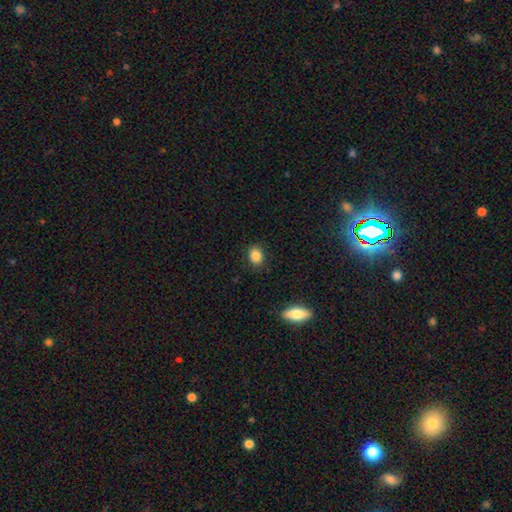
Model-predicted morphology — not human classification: smooth_or_featured: smooth (p=0.86) [alt: star or artifact p=0.09]
how_rounded: in between (p=0.65) [alt: round p=0.34]
merging: none (p=0.87) [alt: minor disturbance p=0.10]